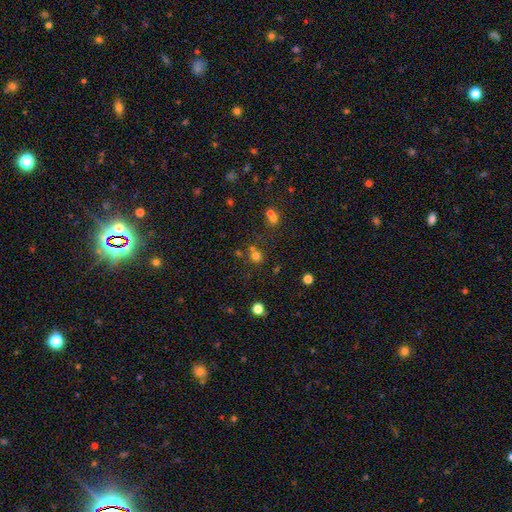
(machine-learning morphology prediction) Overall: smooth (68%). How rounded: round (86%). Merging: none (64%).